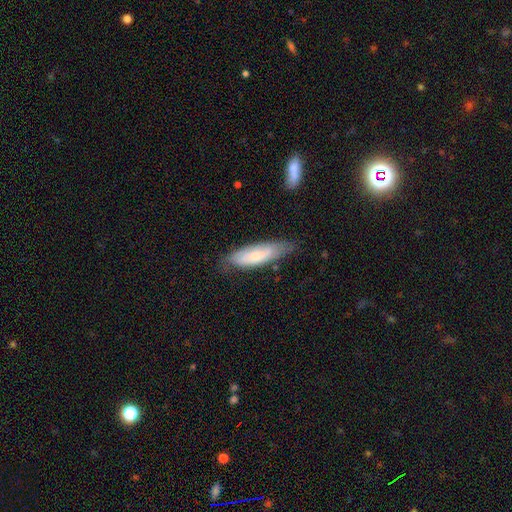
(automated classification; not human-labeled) The model was most divided on "how rounded": cigar-shaped: 51%, in between: 48%, round: 2%. More confident: merging — none (65%); smooth or featured — smooth (64%).